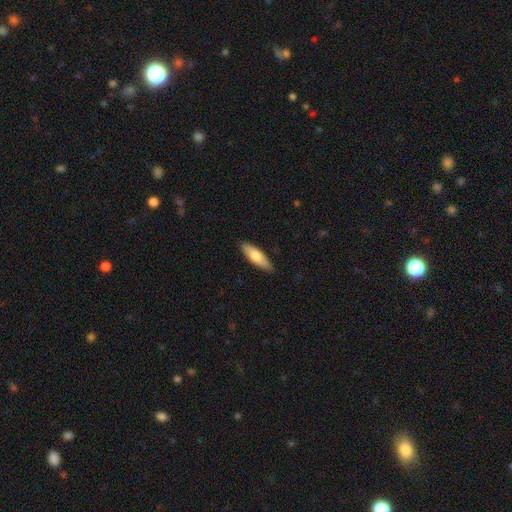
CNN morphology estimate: Smooth or featured?
  - smooth: 74% *
  - featured or disk: 20%
  - star or artifact: 5%
How rounded?
  - cigar-shaped: 53% *
  - in between: 45%
  - round: 2%
Merging?
  - none: 88% *
  - minor disturbance: 9%
  - major disturbance: 2%
  - merger: 1%